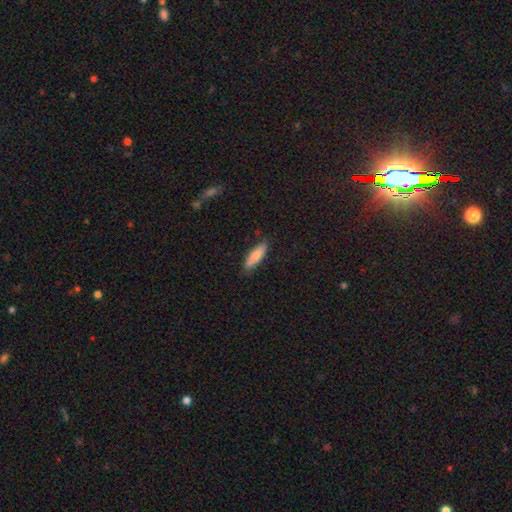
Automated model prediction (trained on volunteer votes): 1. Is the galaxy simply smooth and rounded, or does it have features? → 79% smooth, 15% featured or disk, 6% star or artifact.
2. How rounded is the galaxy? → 59% cigar-shaped, 40% in between, 2% round.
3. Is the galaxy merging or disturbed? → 82% none, 14% minor disturbance, 3% major disturbance, 1% merger.